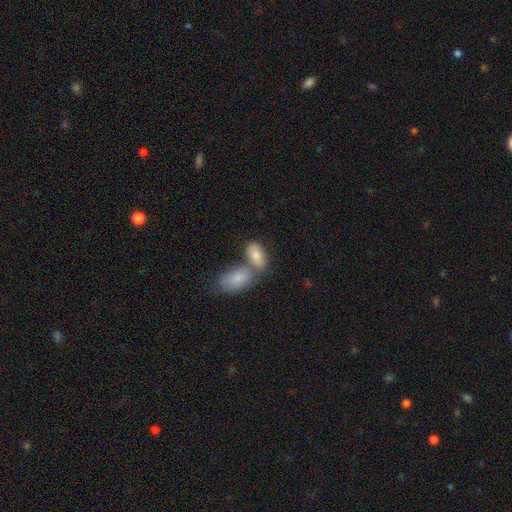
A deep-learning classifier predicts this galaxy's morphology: A smooth galaxy with no disk features (76%) that is in between round and cigar-shaped (91%).

Vote fractions:
- Smooth or featured? smooth: 76% / featured or disk: 16% / star or artifact: 8%
- How rounded? in between: 91% / round: 5% / cigar-shaped: 4%
- Merging? merger: 54% / none: 34% / minor disturbance: 9% / major disturbance: 3%